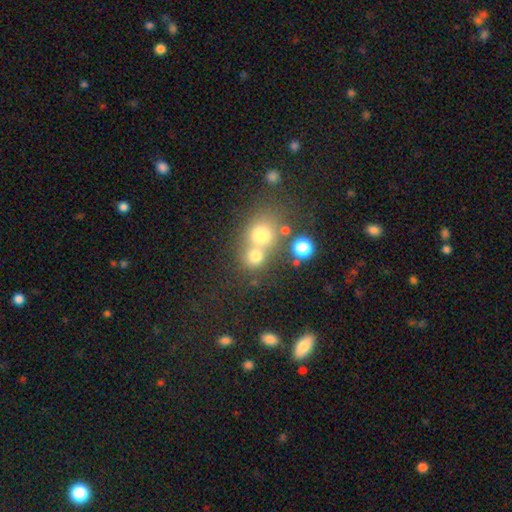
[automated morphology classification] smooth 70%, star or artifact 18%, featured or disk 11%. Down the decision tree: how rounded — round (81%); merging — merger (47%).